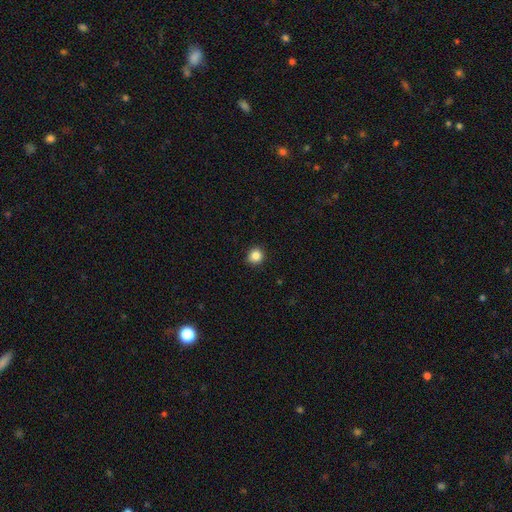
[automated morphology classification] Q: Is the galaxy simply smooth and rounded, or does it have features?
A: smooth — 86%.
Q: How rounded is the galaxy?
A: round — 90%.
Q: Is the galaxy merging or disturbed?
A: none — 90%.